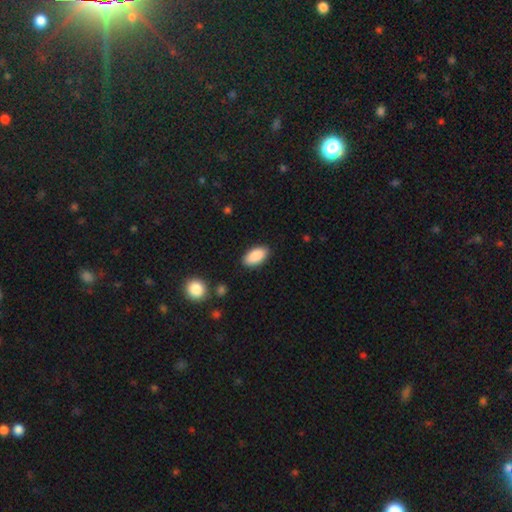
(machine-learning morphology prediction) Smooth or featured: smooth — 89% (star or artifact — 6%)
How rounded: in between — 93% (cigar-shaped — 4%)
Merging: none — 87% (minor disturbance — 9%)